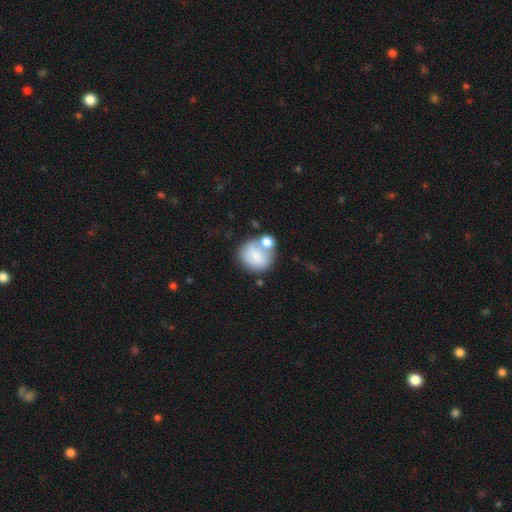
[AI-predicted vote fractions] Morphology: type=smooth (73%); roundness=round (73%); merging=none (41%).